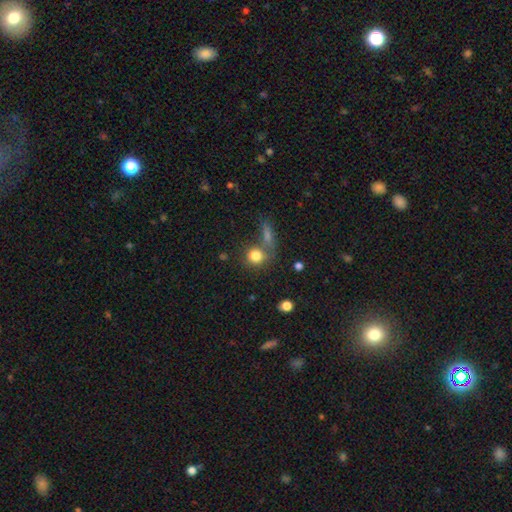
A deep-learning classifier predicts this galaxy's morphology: Q: Smooth or featured?
A: smooth (81%); runner-up: star or artifact (11%)
Q: How rounded?
A: round (82%); runner-up: in between (16%)
Q: Merging?
A: none (58%); runner-up: merger (25%)